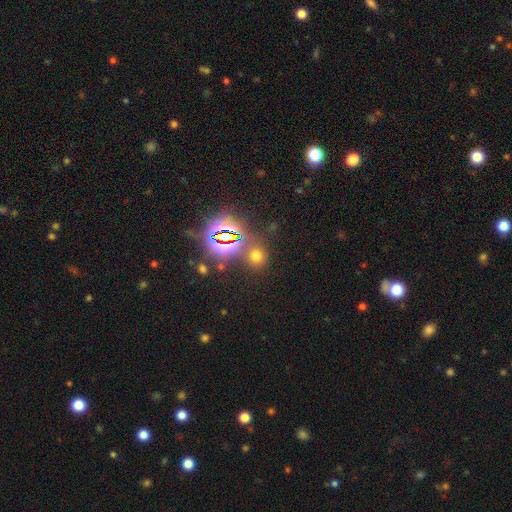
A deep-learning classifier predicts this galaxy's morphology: Smooth or featured? smooth (55%)
How rounded? round (84%)
Merging? none (75%)